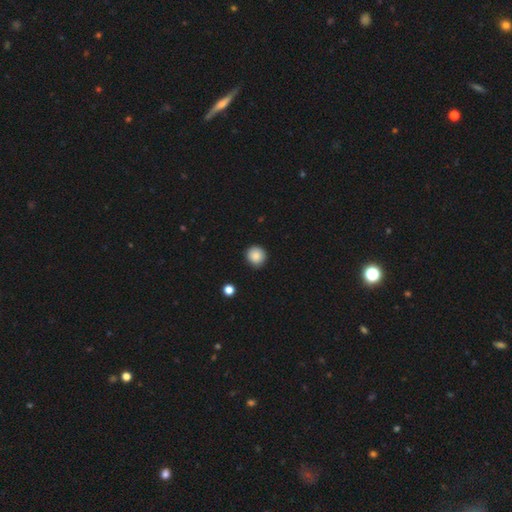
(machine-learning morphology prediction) smooth-or-featured: smooth: 87% | star or artifact: 9% | featured or disk: 4%
  how-rounded: round: 91% | in between: 8% | cigar-shaped: 1%
  merging: none: 89% | minor disturbance: 7% | major disturbance: 2% | merger: 1%